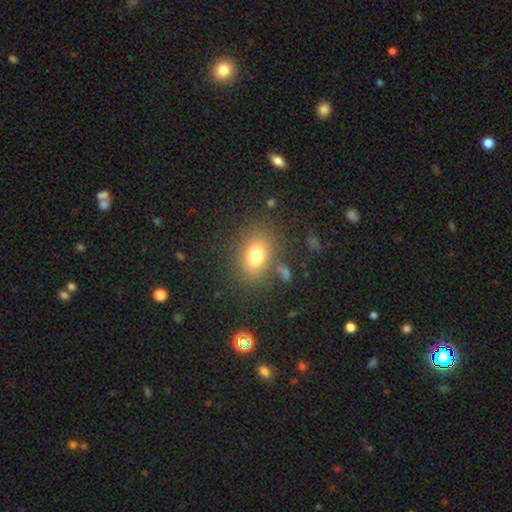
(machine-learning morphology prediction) Overall: smooth (75%). How rounded: in between (68%; round 31%). Merging: none (78%).